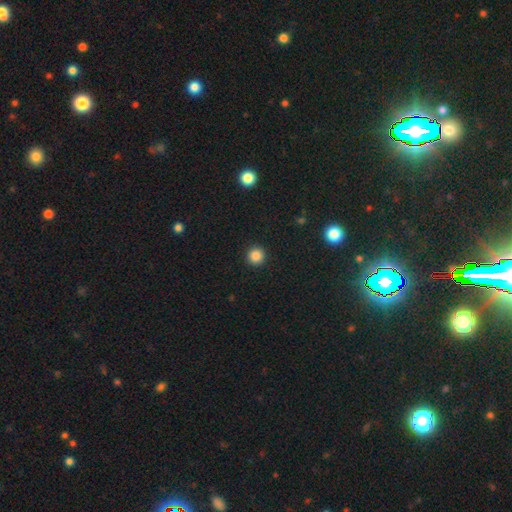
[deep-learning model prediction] This is clearly a smooth galaxy (85%). How rounded: clearly round (95%). Merging: clearly none (93%).